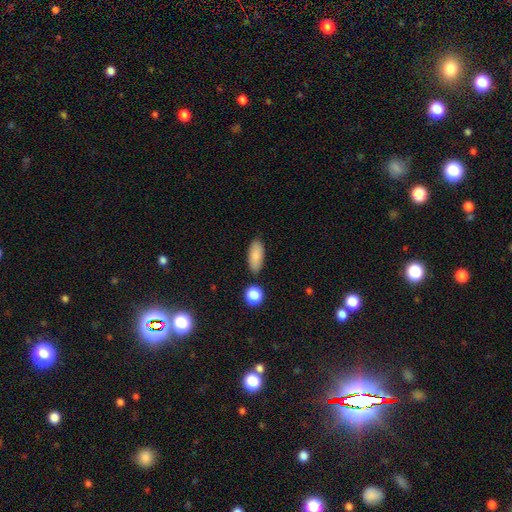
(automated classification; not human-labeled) Smooth or featured?
  - smooth: 86% *
  - star or artifact: 7%
  - featured or disk: 7%
How rounded?
  - in between: 83% *
  - cigar-shaped: 14%
  - round: 3%
Merging?
  - none: 84% *
  - minor disturbance: 10%
  - merger: 3%
  - major disturbance: 2%